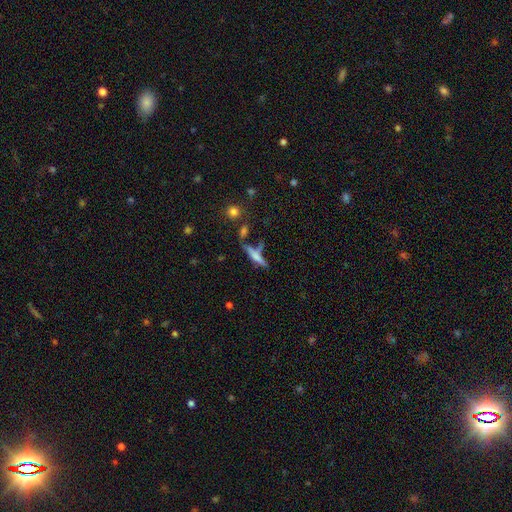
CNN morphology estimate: Overall: smooth (49%; featured or disk 41%). Merging: none (55%; merger 21%).